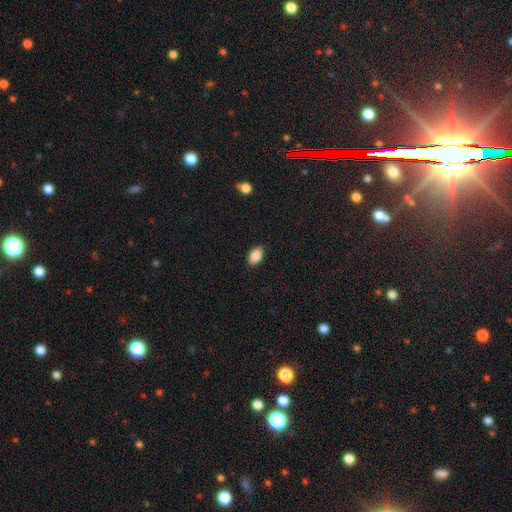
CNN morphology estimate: Q: Smooth or featured?
A: smooth (89%); runner-up: star or artifact (7%)
Q: How rounded?
A: in between (91%); runner-up: round (7%)
Q: Merging?
A: none (85%); runner-up: minor disturbance (11%)